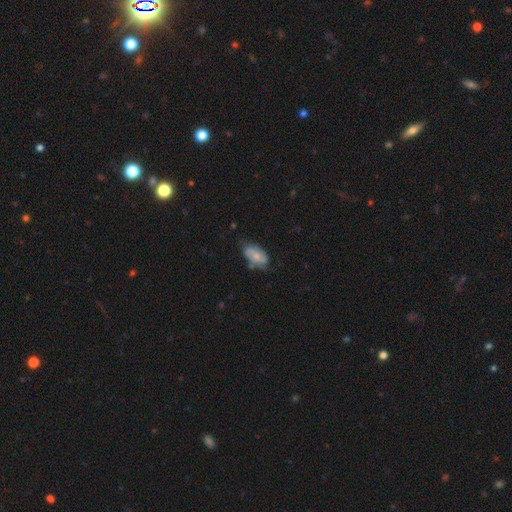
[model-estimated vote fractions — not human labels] This is possibly a smooth galaxy (56%). How rounded: clearly in between (92%). Merging: possibly none (51%).